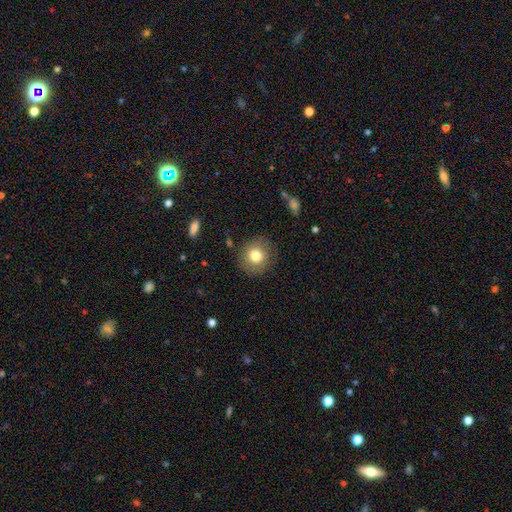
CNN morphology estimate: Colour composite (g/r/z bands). It shows a smooth galaxy with no disk features (78%) that is round (89%). Merging: none (86%).